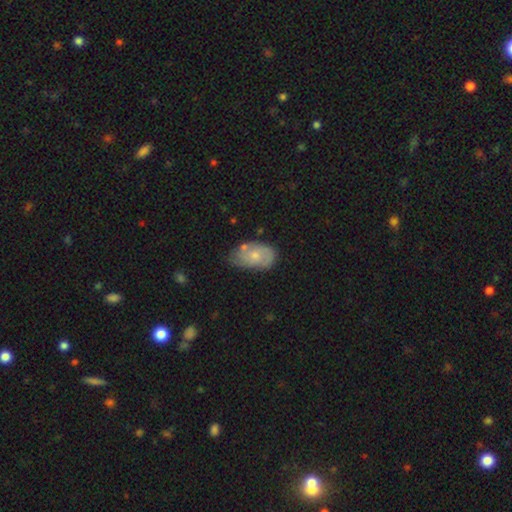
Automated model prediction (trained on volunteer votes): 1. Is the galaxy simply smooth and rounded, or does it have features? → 54% smooth, 40% featured or disk, 6% star or artifact.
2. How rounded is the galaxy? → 89% in between, 9% round, 2% cigar-shaped.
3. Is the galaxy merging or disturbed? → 51% none, 35% minor disturbance, 9% major disturbance, 6% merger.